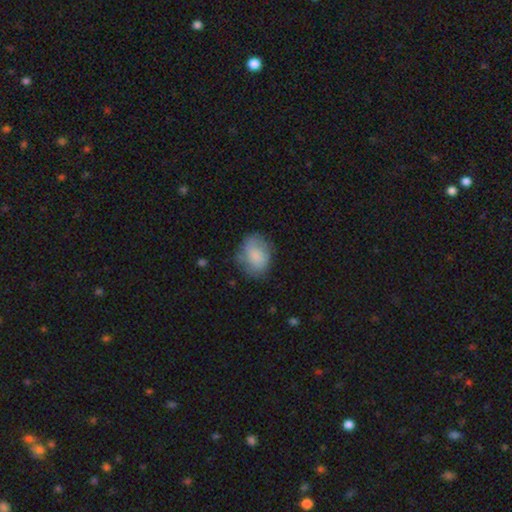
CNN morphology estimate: Smooth or featured? smooth (75%)
How rounded? in between (56%)
Merging? none (60%)